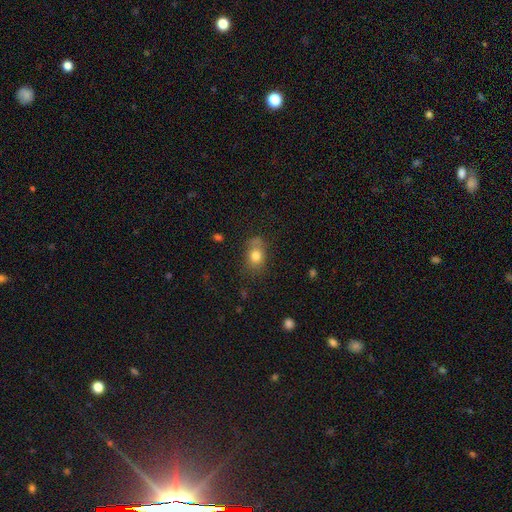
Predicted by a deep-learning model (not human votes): smooth_or_featured: smooth (p=0.79) [alt: star or artifact p=0.11]
how_rounded: in between (p=0.56) [alt: round p=0.42]
merging: none (p=0.61) [alt: minor disturbance p=0.23]